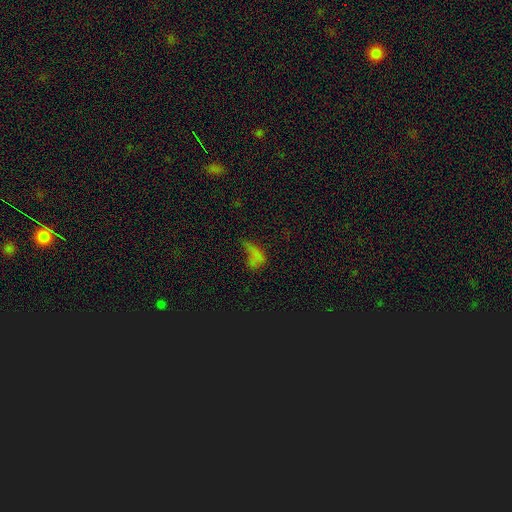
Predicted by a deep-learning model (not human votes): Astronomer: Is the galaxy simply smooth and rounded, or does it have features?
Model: smooth — 55%.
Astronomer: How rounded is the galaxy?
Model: in between — 69%.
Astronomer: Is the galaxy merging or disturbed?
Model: major disturbance — 39% (runner-up: none, 32%).